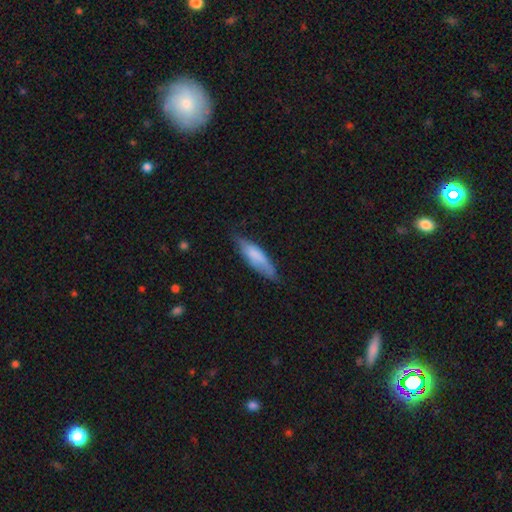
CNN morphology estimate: A smooth galaxy with no disk features (72%) that is cigar-shaped (58%). Merging: none (65%).